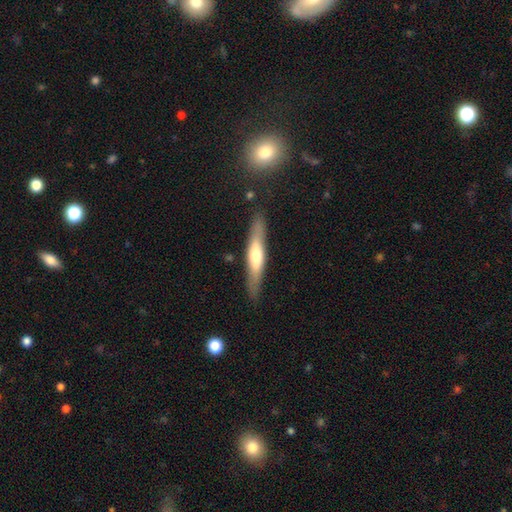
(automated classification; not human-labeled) Q: Smooth or featured?
A: featured or disk (48%); runner-up: smooth (46%)
Q: Merging?
A: none (86%); runner-up: minor disturbance (10%)